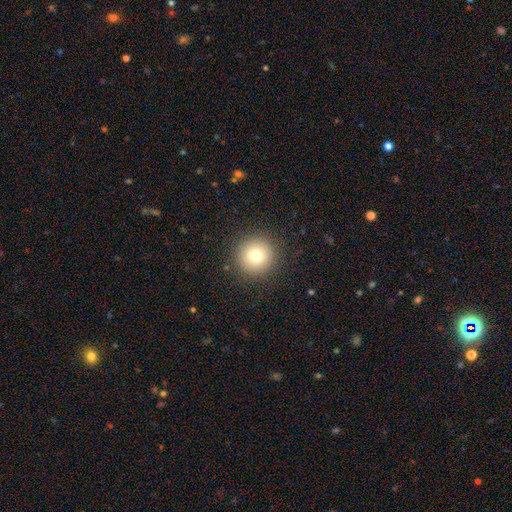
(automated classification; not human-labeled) The model was most divided on "smooth or featured": smooth: 75%, star or artifact: 13%, featured or disk: 11%. More confident: how rounded — round (95%); merging — none (90%).